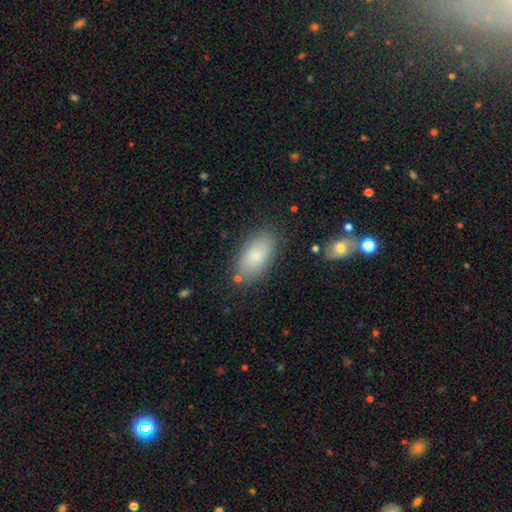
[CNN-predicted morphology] Smooth or featured?
  - smooth: 84% *
  - featured or disk: 9%
  - star or artifact: 7%
How rounded?
  - in between: 94% *
  - cigar-shaped: 3%
  - round: 3%
Merging?
  - none: 81% *
  - minor disturbance: 13%
  - merger: 3%
  - major disturbance: 3%